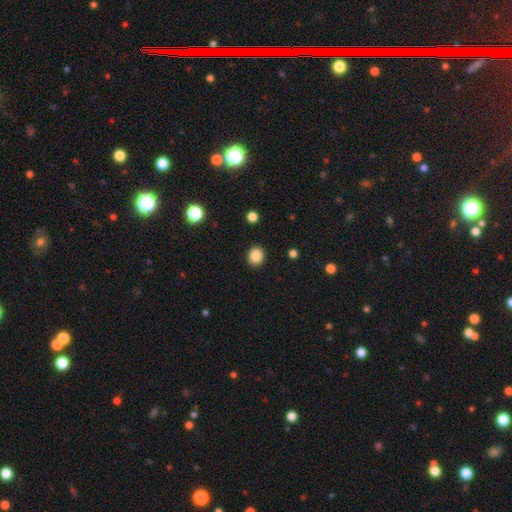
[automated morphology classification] The model was most divided on "how rounded": round: 69%, in between: 30%, cigar-shaped: 1%. More confident: merging — none (91%); smooth or featured — smooth (86%).